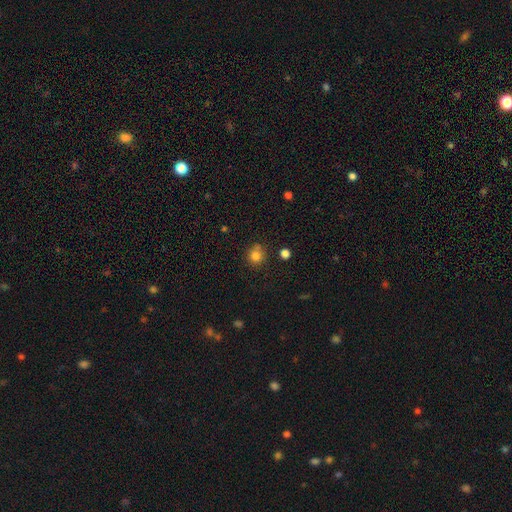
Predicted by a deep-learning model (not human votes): This appears to be a smooth galaxy with no disk features (80%) that is round (89%). Merging: none (71%).